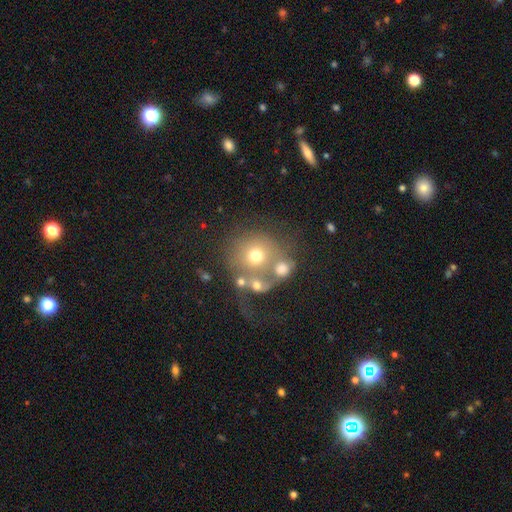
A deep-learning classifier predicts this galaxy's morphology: This appears to be a smooth galaxy with no disk features (58%) that is round (82%). Merging: merger (40%).